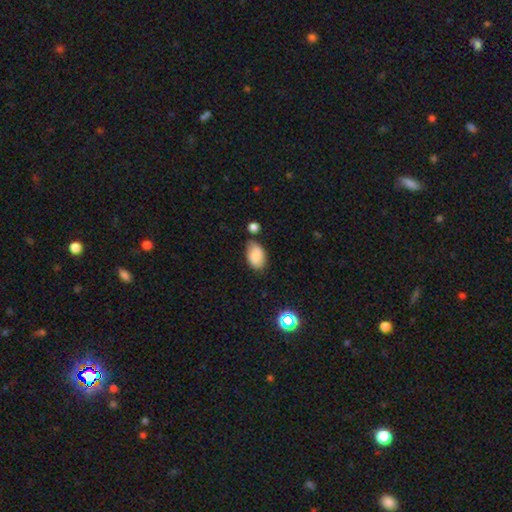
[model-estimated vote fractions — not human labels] Smooth or featured? smooth (84%)
How rounded? in between (90%)
Merging? none (68%)